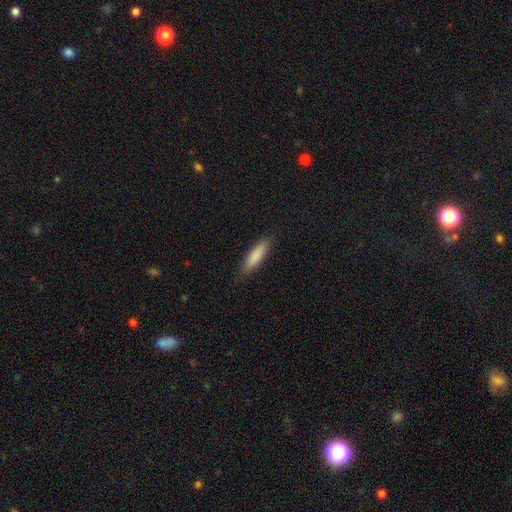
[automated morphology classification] Smooth or featured: smooth — 86% (featured or disk — 8%)
How rounded: cigar-shaped — 61% (in between — 37%)
Merging: none — 86% (minor disturbance — 11%)